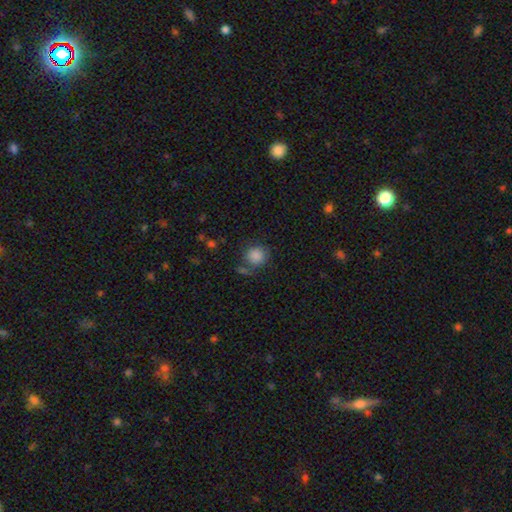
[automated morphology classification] Smooth or featured: smooth — 86% (star or artifact — 9%)
How rounded: round — 86% (in between — 13%)
Merging: none — 70% (minor disturbance — 14%)